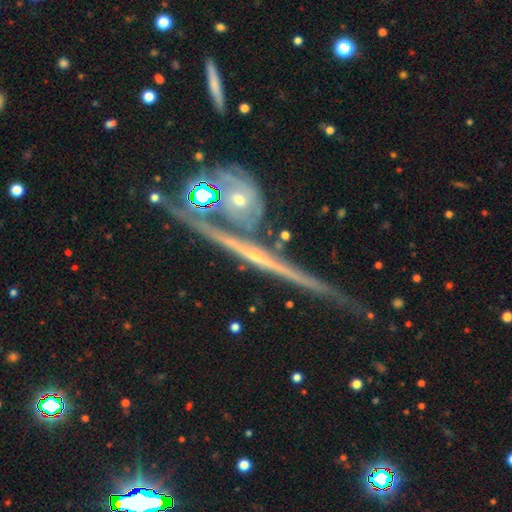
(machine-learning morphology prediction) This appears to be a featured or disk galaxy (74%) viewed edge-on (92%) with no central bulge (66%). Merging: none (65%).